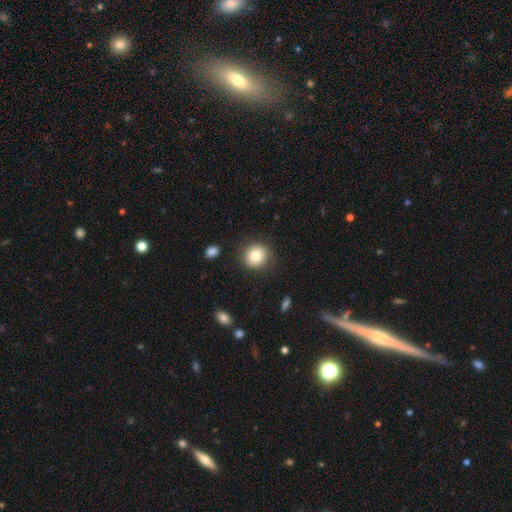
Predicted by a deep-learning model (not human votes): Q: Smooth or featured?
A: smooth (83%); runner-up: star or artifact (9%)
Q: How rounded?
A: round (87%); runner-up: in between (12%)
Q: Merging?
A: none (87%); runner-up: minor disturbance (8%)